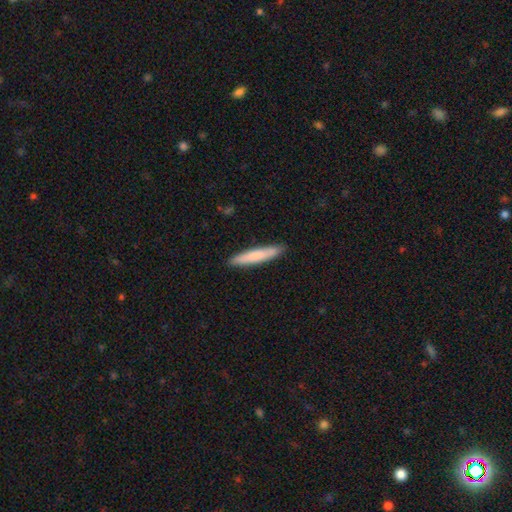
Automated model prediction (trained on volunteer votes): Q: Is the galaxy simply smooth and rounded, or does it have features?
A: smooth — 76%.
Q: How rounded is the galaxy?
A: cigar-shaped — 92%.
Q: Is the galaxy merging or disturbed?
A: none — 89%.